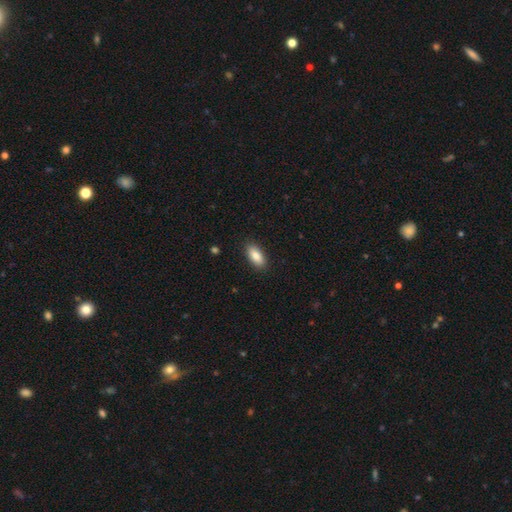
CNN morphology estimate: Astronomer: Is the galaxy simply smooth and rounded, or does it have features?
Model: smooth — 87%.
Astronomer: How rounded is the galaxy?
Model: in between — 88%.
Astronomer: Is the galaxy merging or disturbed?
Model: none — 89%.